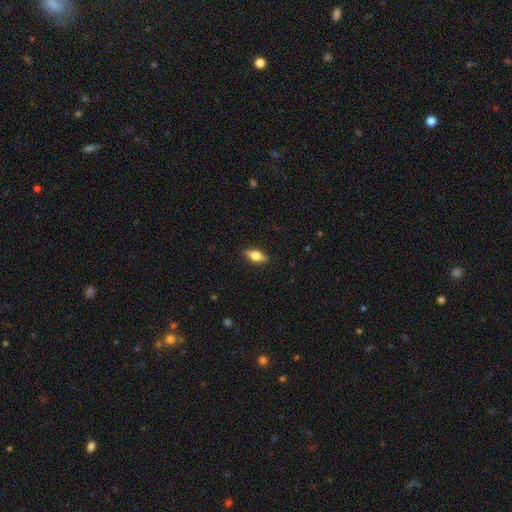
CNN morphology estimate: Smooth or featured: smooth — 57% (featured or disk — 36%)
How rounded: in between — 70% (cigar-shaped — 26%)
Merging: none — 87% (minor disturbance — 10%)